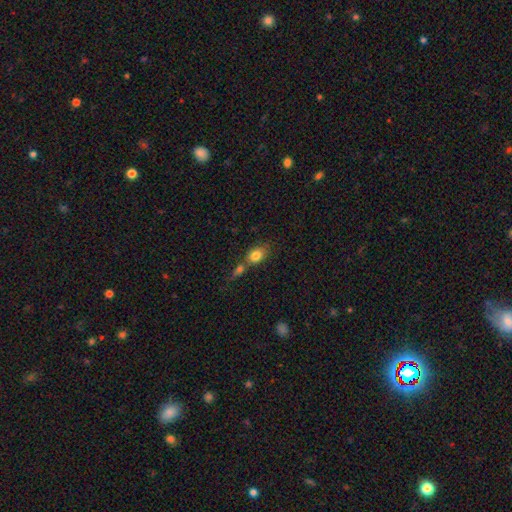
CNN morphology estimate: Overall: smooth (81%). How rounded: in between (67%; round 30%). Merging: merger (45%; none 38%).